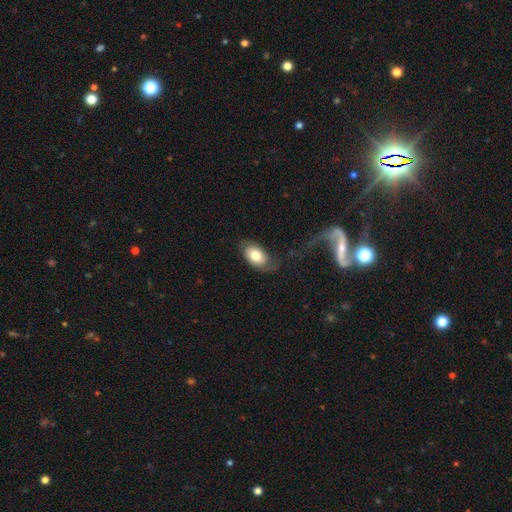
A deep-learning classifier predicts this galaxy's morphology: smooth-or-featured: smooth: 70% | featured or disk: 23% | star or artifact: 7%
  how-rounded: in between: 90% | round: 8% | cigar-shaped: 2%
  merging: none: 58% | minor disturbance: 23% | major disturbance: 16% | merger: 2%